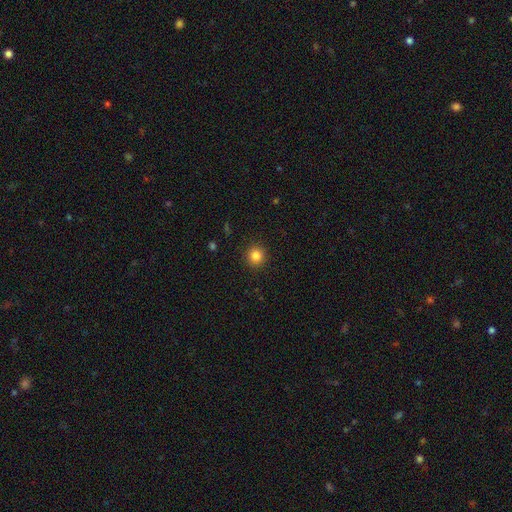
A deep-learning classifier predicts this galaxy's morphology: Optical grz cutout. It shows a smooth galaxy with no disk features (84%) that is round (93%). Merging: none (92%).